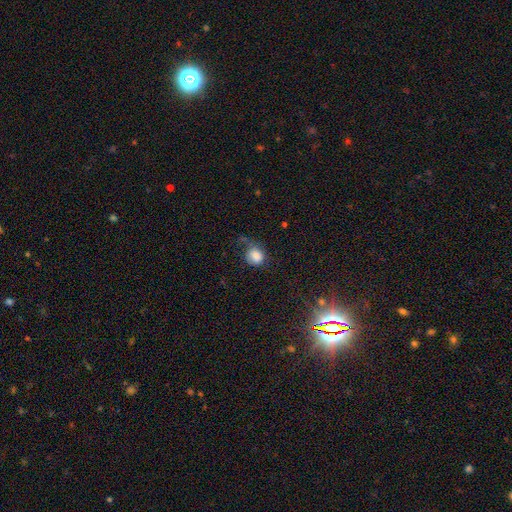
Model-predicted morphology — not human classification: type=smooth (80%); roundness=round (71%); merging=none (43%).